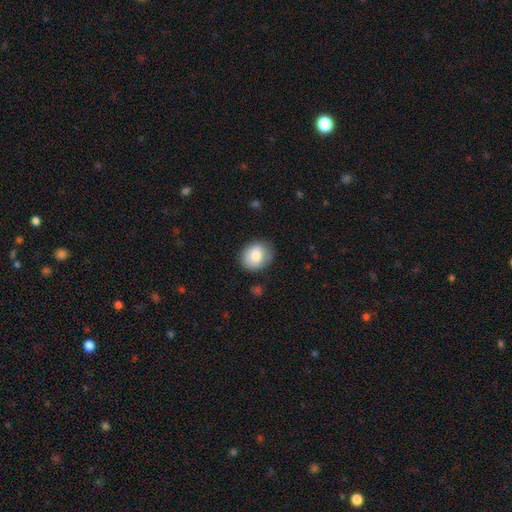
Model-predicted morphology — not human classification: Overall: smooth (81%). How rounded: round (61%; in between 38%). Merging: none (80%).